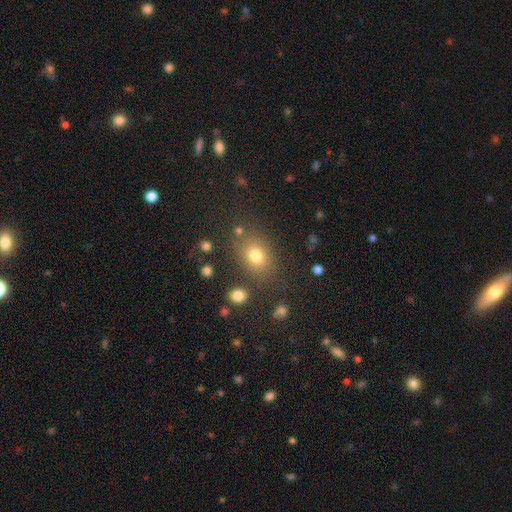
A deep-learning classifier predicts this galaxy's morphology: smooth-or-featured: smooth: 75% | star or artifact: 15% | featured or disk: 9%
  how-rounded: in between: 60% | round: 39% | cigar-shaped: 1%
  merging: none: 79% | minor disturbance: 11% | merger: 5% | major disturbance: 4%